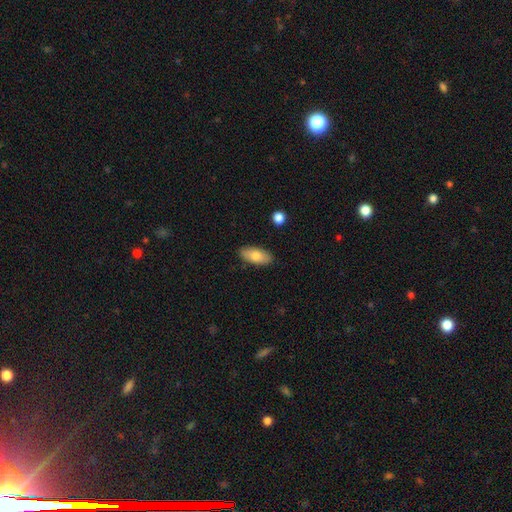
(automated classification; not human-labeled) The model was most divided on "smooth or featured": smooth: 79%, featured or disk: 15%, star or artifact: 6%. More confident: merging — none (87%); how rounded — in between (86%).